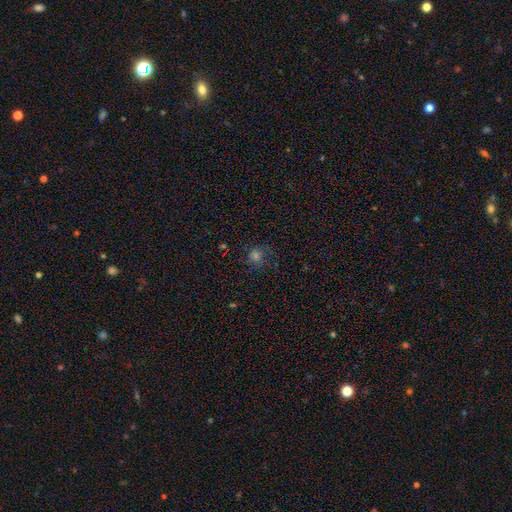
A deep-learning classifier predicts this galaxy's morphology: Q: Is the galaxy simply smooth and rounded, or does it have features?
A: smooth — 63%.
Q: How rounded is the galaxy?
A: round — 85%.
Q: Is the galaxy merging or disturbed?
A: none — 70%.